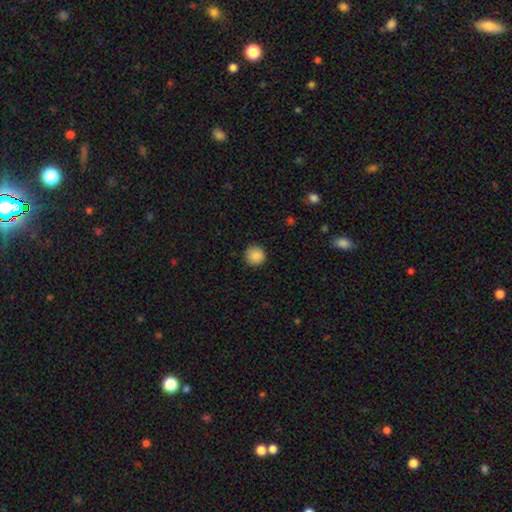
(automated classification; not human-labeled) Smooth or featured?
  - smooth: 88% *
  - star or artifact: 8%
  - featured or disk: 4%
How rounded?
  - round: 95% *
  - in between: 4%
  - cigar-shaped: 1%
Merging?
  - none: 91% *
  - minor disturbance: 6%
  - major disturbance: 2%
  - merger: 1%